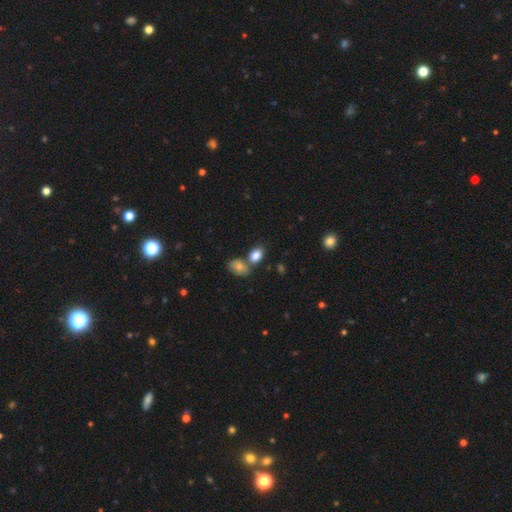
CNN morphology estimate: Smooth or featured: smooth — 83% (star or artifact — 9%)
How rounded: in between — 79% (round — 19%)
Merging: none — 52% (merger — 32%)